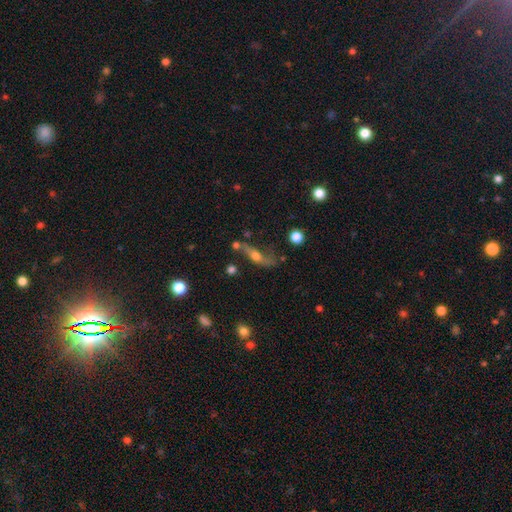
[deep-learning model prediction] Smooth or featured: featured or disk — 51% (smooth — 38%)
Edge-on disk: yes — 53% (no — 47%)
Merging: none — 43% (minor disturbance — 23%)